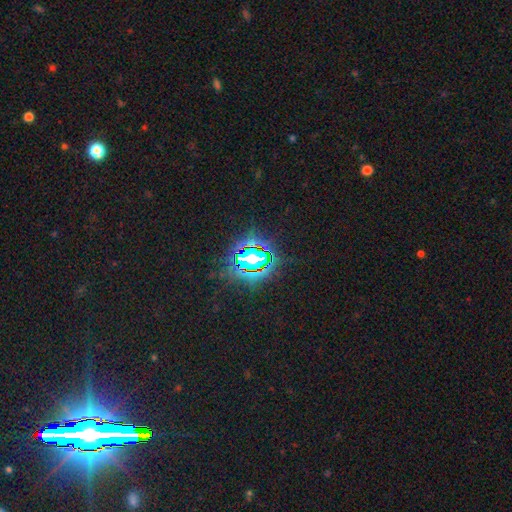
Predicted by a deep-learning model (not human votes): This appears to be a star or artifact, not a galaxy (83%).